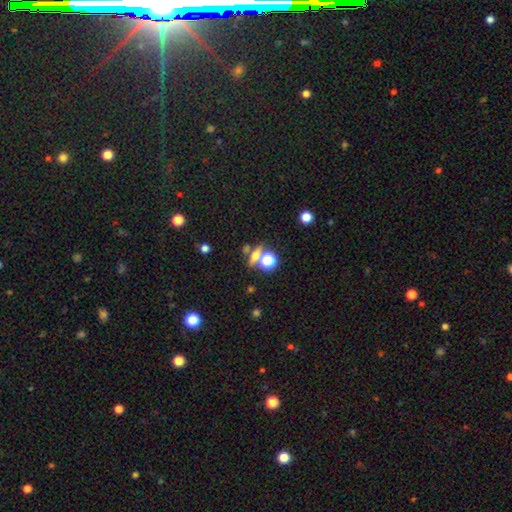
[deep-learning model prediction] Smooth or featured? smooth (47%)
Merging? none (64%)